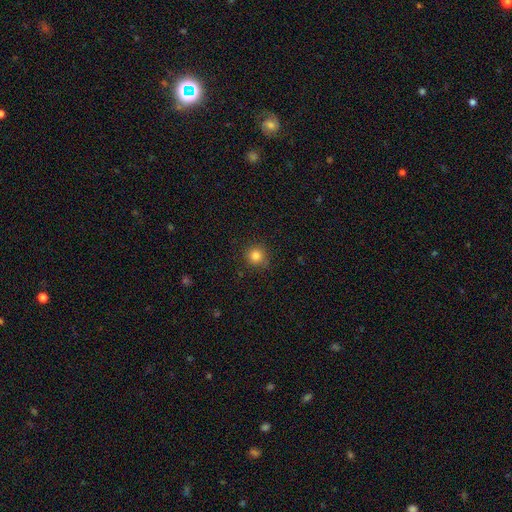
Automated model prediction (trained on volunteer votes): Smooth or featured: smooth — 84% (star or artifact — 12%)
How rounded: round — 94% (in between — 5%)
Merging: none — 87% (minor disturbance — 9%)